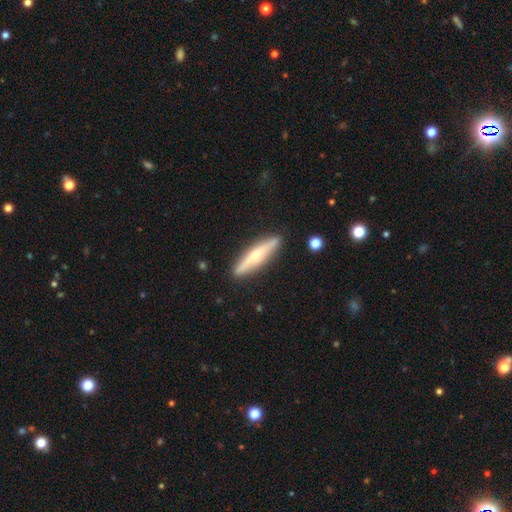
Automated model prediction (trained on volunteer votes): The model was most divided on "smooth or featured": featured or disk: 59%, smooth: 35%, star or artifact: 6%. More confident: edge-on disk — yes (94%); merging — none (89%); edge-on bulge — rounded (85%).